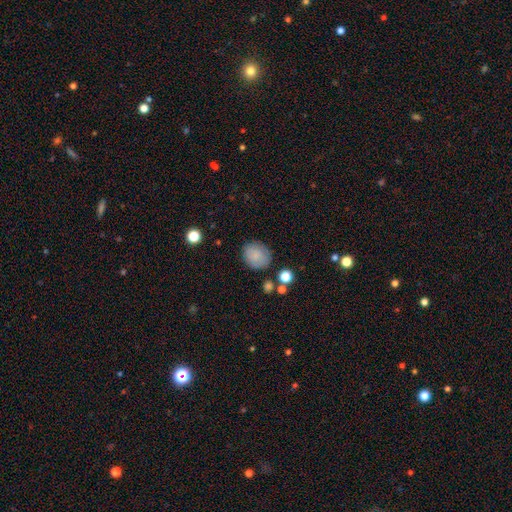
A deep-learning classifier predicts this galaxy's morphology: Smooth or featured: smooth — 83% (star or artifact — 9%)
How rounded: round — 71% (in between — 28%)
Merging: none — 82% (minor disturbance — 12%)